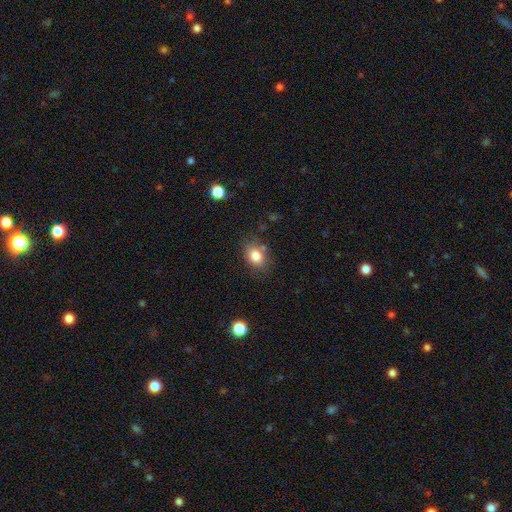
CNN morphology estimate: Overall: smooth (82%). How rounded: in between (72%). Merging: none (75%).